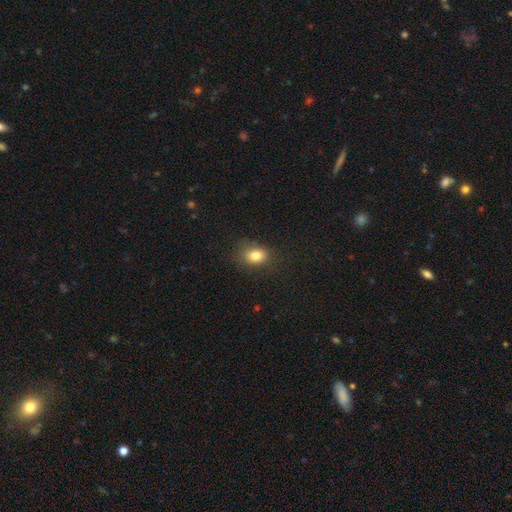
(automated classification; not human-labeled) Overall: smooth (82%). How rounded: in between (64%; round 34%). Merging: none (77%).